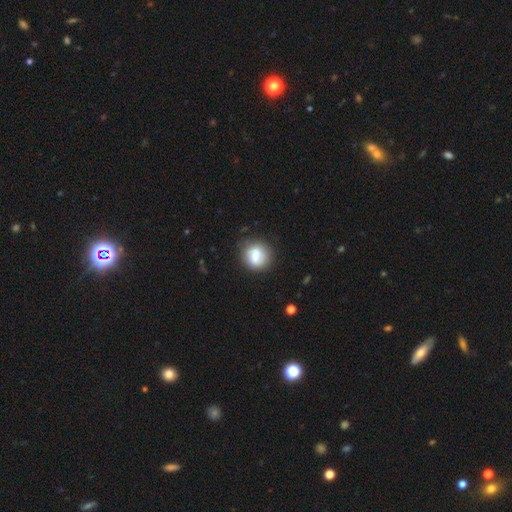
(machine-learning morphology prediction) Smooth or featured? Predicted: smooth (p=0.74). How rounded? Predicted: round (p=0.79). Merging? Predicted: none (p=0.76).